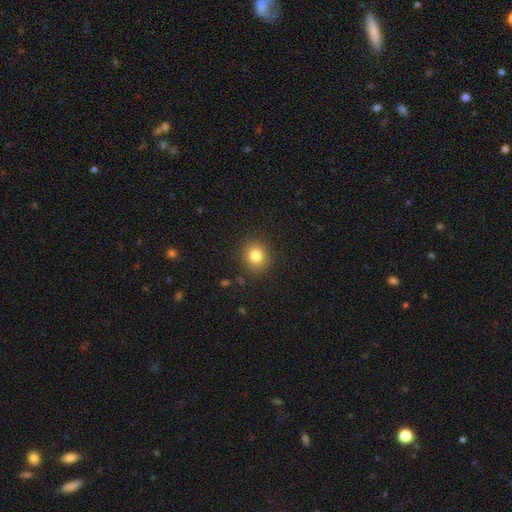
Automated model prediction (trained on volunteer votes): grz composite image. It shows a smooth galaxy with no disk features (82%) that is round (80%). Merging: none (89%).